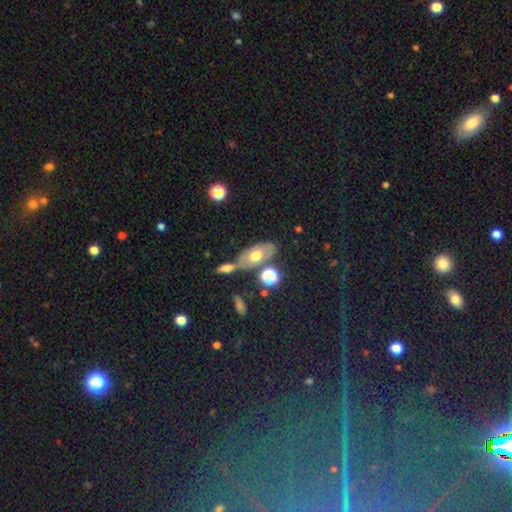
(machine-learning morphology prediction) smooth-or-featured: smooth: 52% | featured or disk: 37% | star or artifact: 12%
  how-rounded: in between: 85% | round: 9% | cigar-shaped: 6%
  merging: none: 59% | merger: 19% | minor disturbance: 16% | major disturbance: 6%